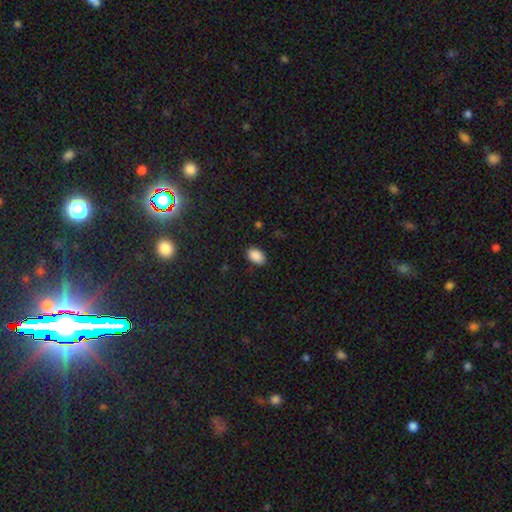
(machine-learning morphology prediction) smooth-or-featured: smooth: 89% | star or artifact: 8% | featured or disk: 3%
  how-rounded: in between: 90% | round: 9% | cigar-shaped: 1%
  merging: none: 86% | minor disturbance: 11% | major disturbance: 2% | merger: 1%